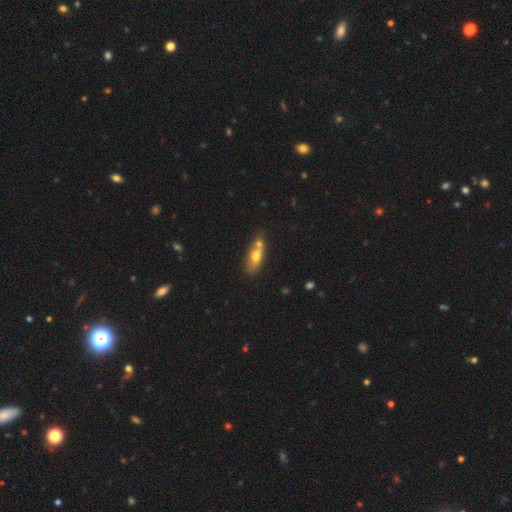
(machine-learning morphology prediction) Q: Smooth or featured?
A: smooth (59%); runner-up: featured or disk (33%)
Q: How rounded?
A: in between (61%); runner-up: cigar-shaped (33%)
Q: Merging?
A: none (46%); runner-up: merger (35%)